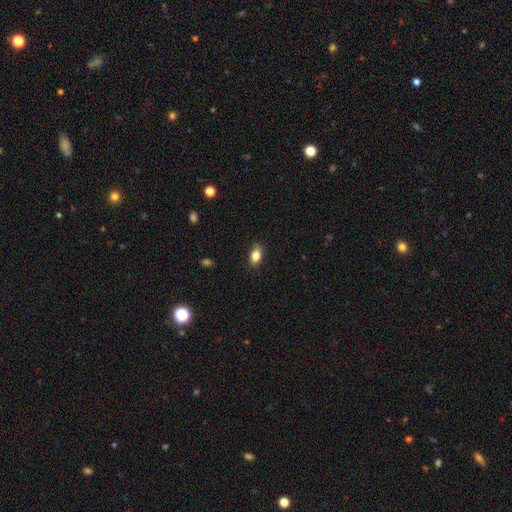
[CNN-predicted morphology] This appears to be a smooth galaxy with no disk features (82%) that is in between round and cigar-shaped (86%). Merging: none (85%).